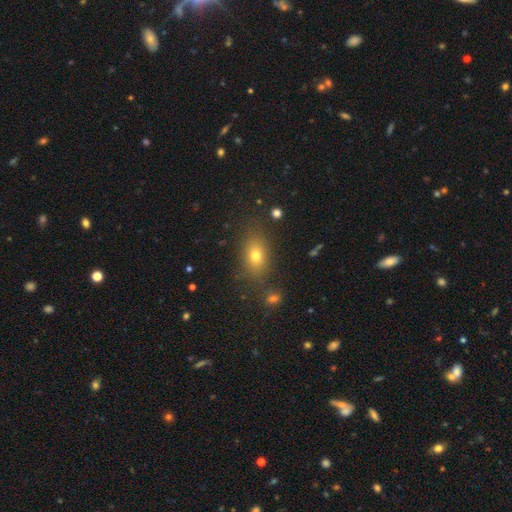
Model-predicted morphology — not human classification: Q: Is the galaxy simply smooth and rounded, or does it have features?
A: smooth — 73%.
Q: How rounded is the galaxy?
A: in between — 77%.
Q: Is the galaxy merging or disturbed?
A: none — 80%.